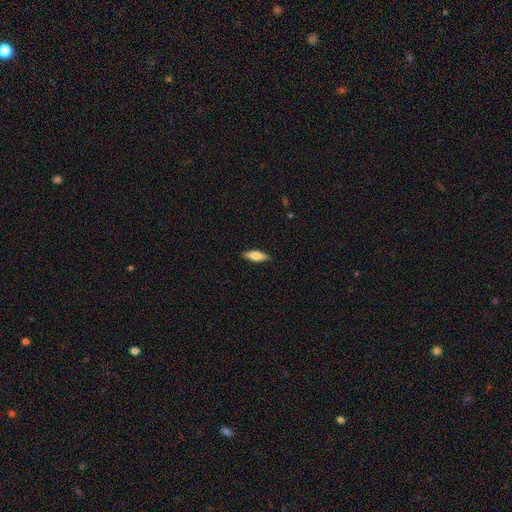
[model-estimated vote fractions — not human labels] Overall: smooth (63%; featured or disk 31%). How rounded: in between (52%; cigar-shaped 46%). Merging: none (88%).